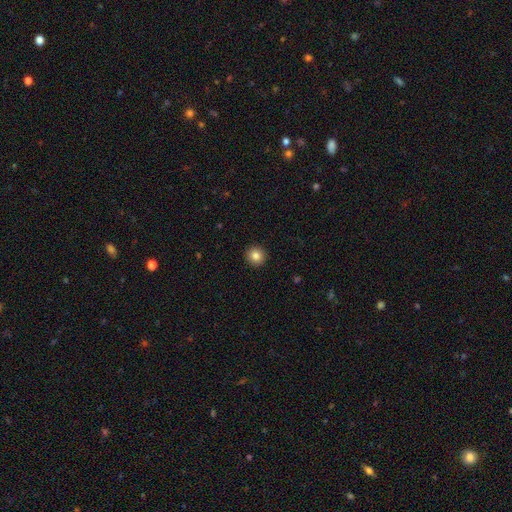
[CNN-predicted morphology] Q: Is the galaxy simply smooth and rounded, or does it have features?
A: smooth — 83%.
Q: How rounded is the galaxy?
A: round — 95%.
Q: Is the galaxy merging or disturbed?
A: none — 93%.